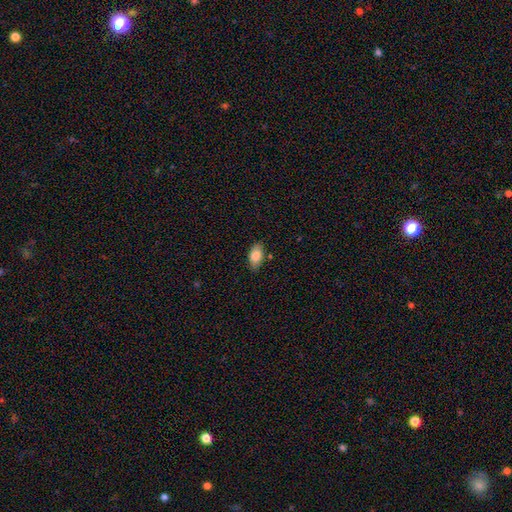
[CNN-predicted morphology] type=smooth (83%); roundness=in between (91%); merging=none (81%).